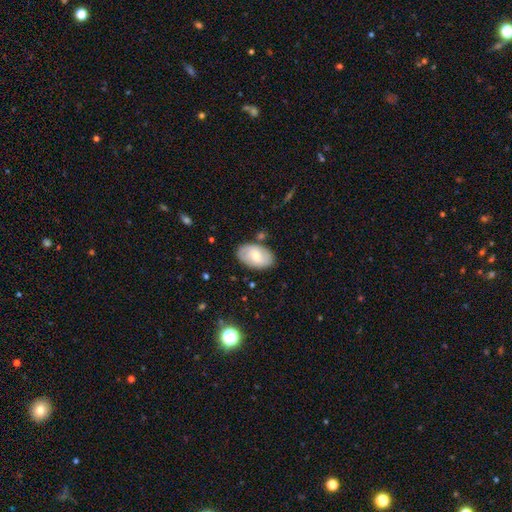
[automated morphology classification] Smooth or featured: smooth — 57% (featured or disk — 37%)
How rounded: in between — 92% (round — 7%)
Merging: none — 83% (minor disturbance — 12%)